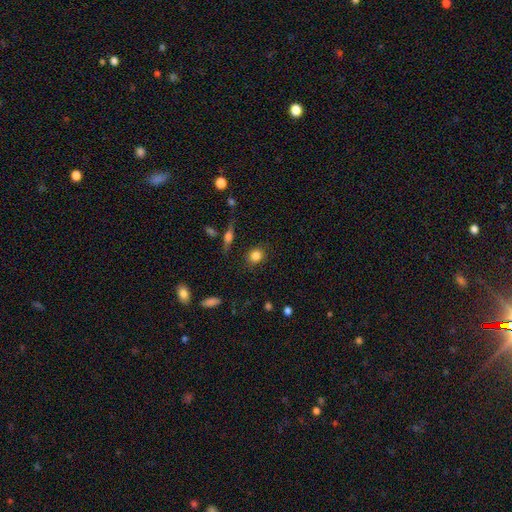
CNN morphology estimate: The model was most divided on "how rounded": round: 69%, in between: 29%, cigar-shaped: 2%. More confident: merging — none (85%); smooth or featured — smooth (83%).